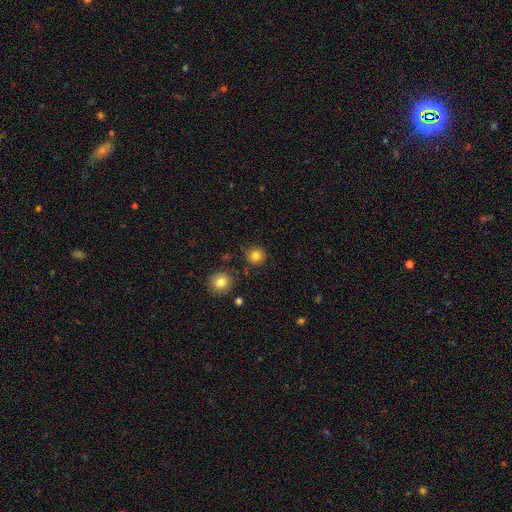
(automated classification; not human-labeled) Q: Smooth or featured?
A: smooth (83%); runner-up: star or artifact (12%)
Q: How rounded?
A: round (93%); runner-up: in between (6%)
Q: Merging?
A: none (86%); runner-up: minor disturbance (8%)